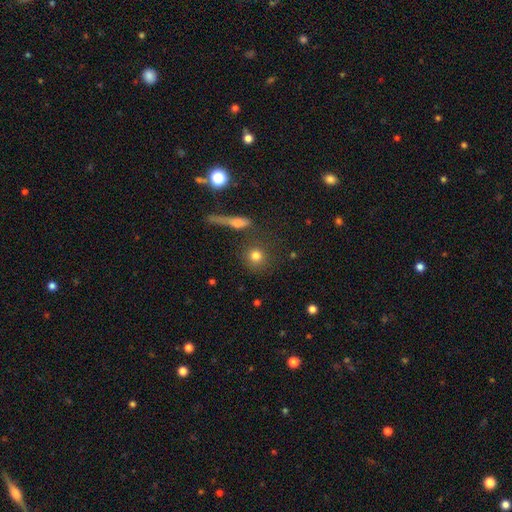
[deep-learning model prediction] A smooth galaxy with no disk features (78%) that is round (88%).

Vote fractions:
- Smooth or featured? smooth: 78% / star or artifact: 12% / featured or disk: 9%
- How rounded? round: 88% / in between: 8% / cigar-shaped: 3%
- Merging? none: 80% / minor disturbance: 9% / merger: 7% / major disturbance: 5%